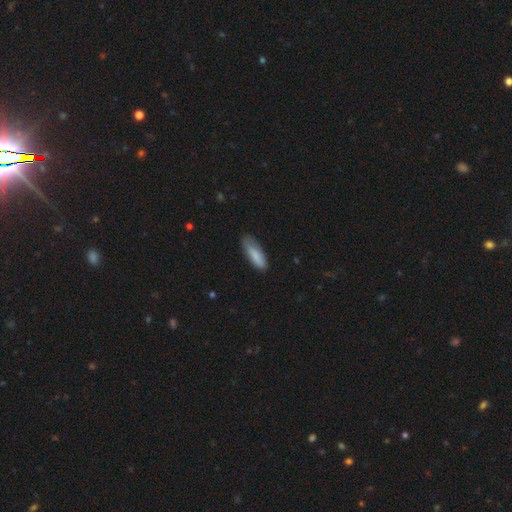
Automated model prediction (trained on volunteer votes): Overall: smooth (84%). How rounded: in between (55%; cigar-shaped 43%). Merging: none (67%).